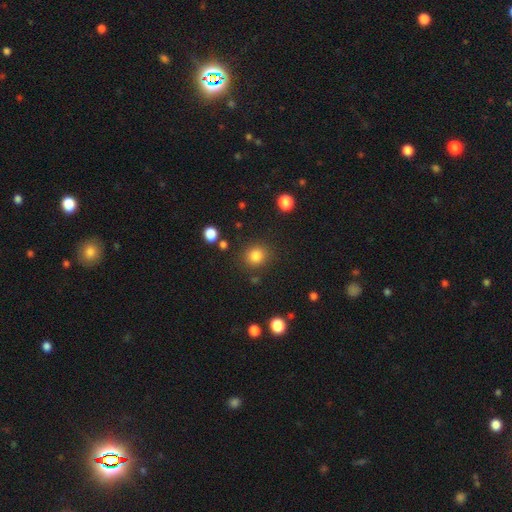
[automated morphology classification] This appears to be a smooth galaxy with no disk features (83%) that is round (85%). Merging: none (85%).